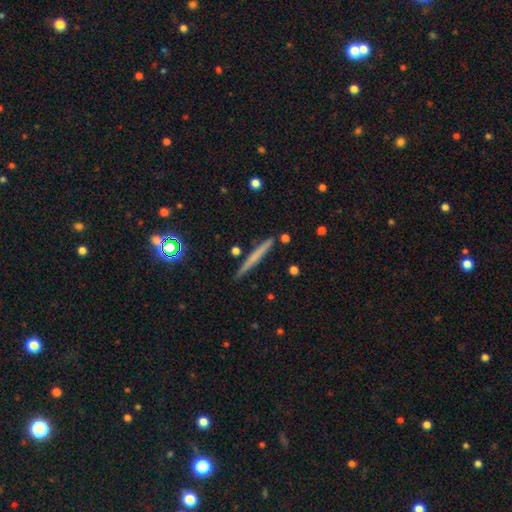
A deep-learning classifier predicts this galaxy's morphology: Smooth or featured? Predicted: smooth (p=0.53). How rounded? Predicted: cigar-shaped (p=0.96). Merging? Predicted: none (p=0.88).